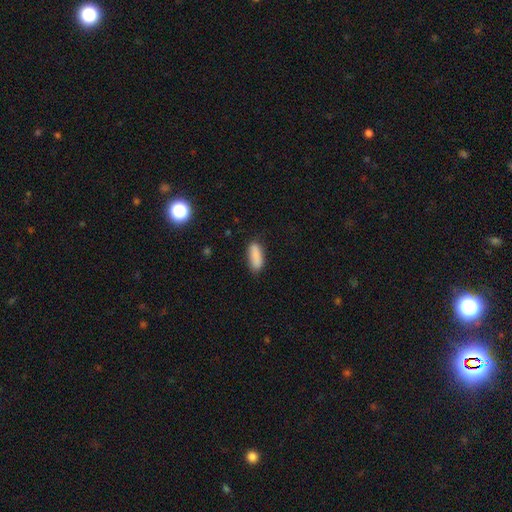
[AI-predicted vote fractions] smooth_or_featured: smooth (p=0.87) [alt: star or artifact p=0.07]
how_rounded: in between (p=0.70) [alt: cigar-shaped p=0.28]
merging: none (p=0.79) [alt: minor disturbance p=0.16]